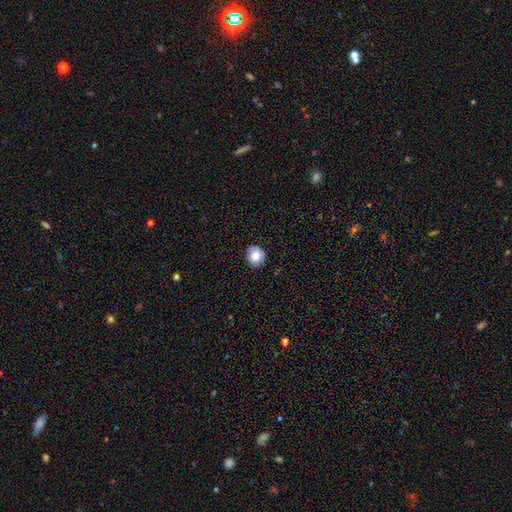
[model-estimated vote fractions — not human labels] Smooth or featured: smooth — 78% (featured or disk — 13%)
How rounded: round — 86% (in between — 13%)
Merging: none — 85% (minor disturbance — 11%)